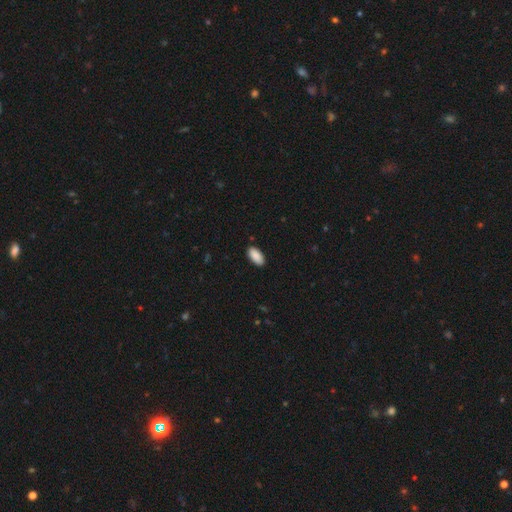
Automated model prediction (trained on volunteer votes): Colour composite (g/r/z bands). It shows a smooth galaxy with no disk features (91%) that is in between round and cigar-shaped (94%). Merging: none (89%).